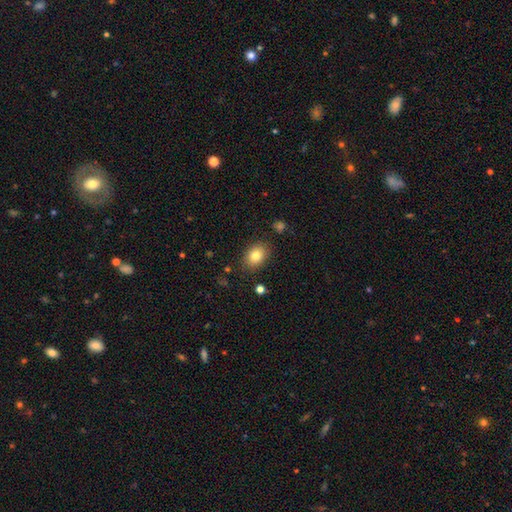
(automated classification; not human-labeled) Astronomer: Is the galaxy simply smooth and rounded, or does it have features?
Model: smooth — 82%.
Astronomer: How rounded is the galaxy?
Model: in between — 73%.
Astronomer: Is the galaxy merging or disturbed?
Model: none — 85%.